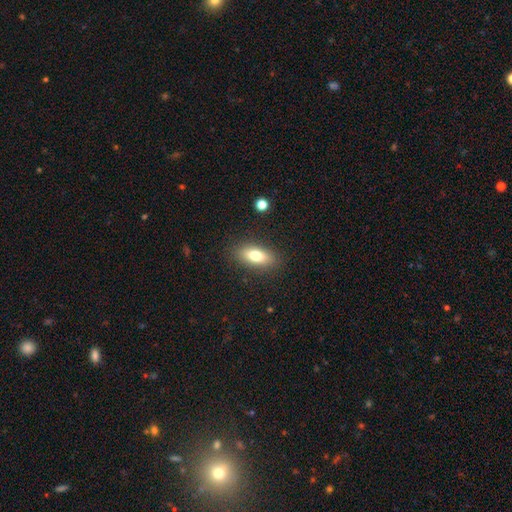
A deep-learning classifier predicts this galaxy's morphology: smooth-or-featured: smooth: 75% | featured or disk: 17% | star or artifact: 8%
  how-rounded: in between: 79% | cigar-shaped: 16% | round: 5%
  merging: none: 86% | minor disturbance: 9% | major disturbance: 3% | merger: 1%